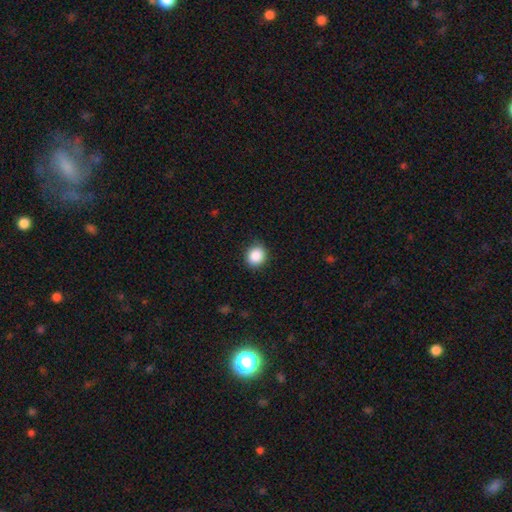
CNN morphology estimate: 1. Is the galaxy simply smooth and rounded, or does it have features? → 88% smooth, 9% star or artifact, 3% featured or disk.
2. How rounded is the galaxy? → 83% round, 16% in between, 1% cigar-shaped.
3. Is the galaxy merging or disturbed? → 87% none, 9% minor disturbance, 2% major disturbance, 1% merger.